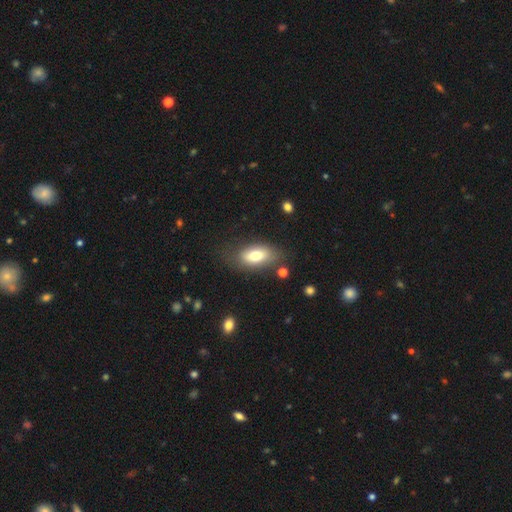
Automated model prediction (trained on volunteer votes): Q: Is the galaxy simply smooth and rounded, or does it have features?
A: smooth — 73%.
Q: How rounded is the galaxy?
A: in between — 88%.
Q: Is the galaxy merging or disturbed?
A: none — 71%.